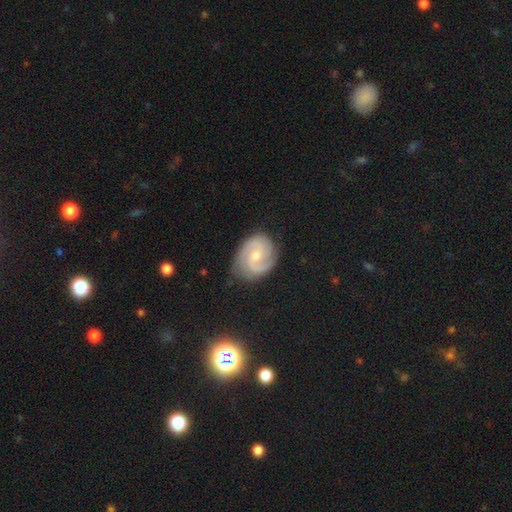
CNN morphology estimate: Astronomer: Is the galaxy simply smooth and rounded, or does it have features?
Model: featured or disk — 86%.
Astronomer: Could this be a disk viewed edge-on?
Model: no — 98%.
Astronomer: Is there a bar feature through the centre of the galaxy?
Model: no — 49% (runner-up: weak, 45%).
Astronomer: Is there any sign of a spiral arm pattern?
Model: yes — 97%.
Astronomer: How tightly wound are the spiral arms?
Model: medium — 45% (runner-up: tight, 44%).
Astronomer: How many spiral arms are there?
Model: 2 — 83%.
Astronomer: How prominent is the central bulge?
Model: moderate — 48% (runner-up: small, 45%).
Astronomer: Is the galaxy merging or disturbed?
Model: none — 78%.